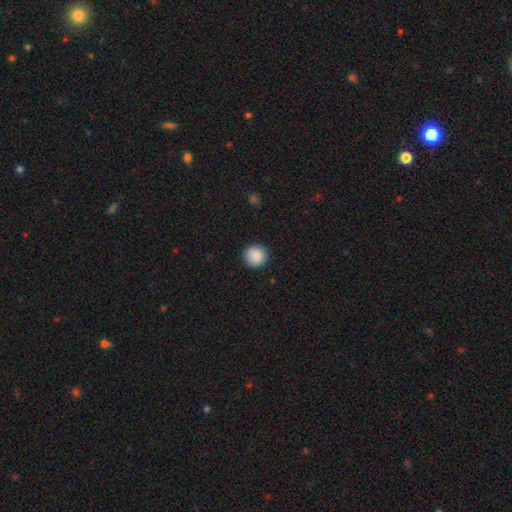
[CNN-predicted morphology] A smooth galaxy with no disk features (88%) that is round (94%). Merging: none (89%).